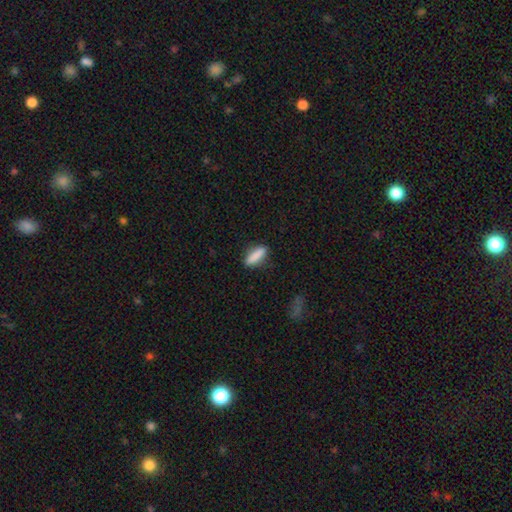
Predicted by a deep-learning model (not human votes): This is clearly a smooth galaxy (85%). How rounded: possibly cigar-shaped (58%). Merging: clearly none (85%).